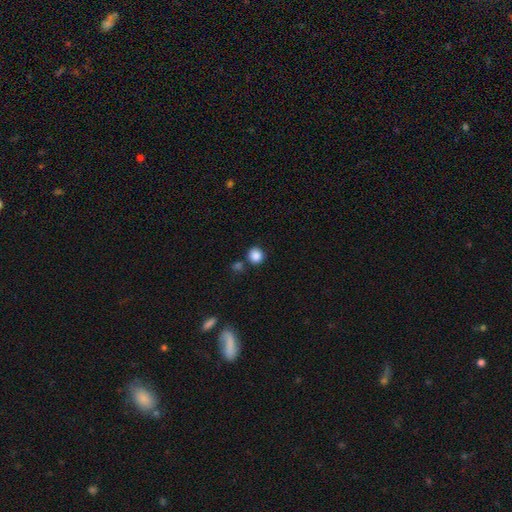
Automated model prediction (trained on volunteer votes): A smooth galaxy with no disk features (87%) that is round (88%).

Vote fractions:
- Smooth or featured? smooth: 87% / star or artifact: 10% / featured or disk: 3%
- How rounded? round: 88% / in between: 11% / cigar-shaped: 1%
- Merging? none: 80% / merger: 9% / minor disturbance: 8% / major disturbance: 3%